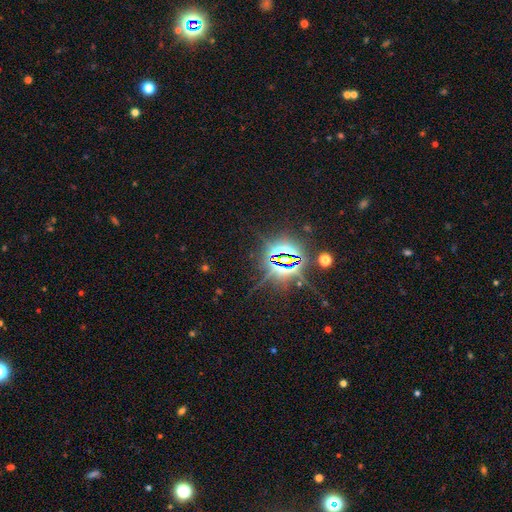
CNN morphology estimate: This is clearly a star or artifact rather than a galaxy (84%).